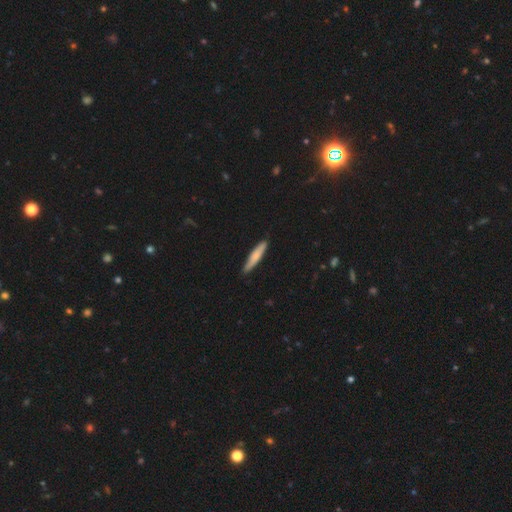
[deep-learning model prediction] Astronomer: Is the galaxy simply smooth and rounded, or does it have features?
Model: smooth — 70%.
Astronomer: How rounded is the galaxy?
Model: cigar-shaped — 90%.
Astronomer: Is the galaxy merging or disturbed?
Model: none — 87%.